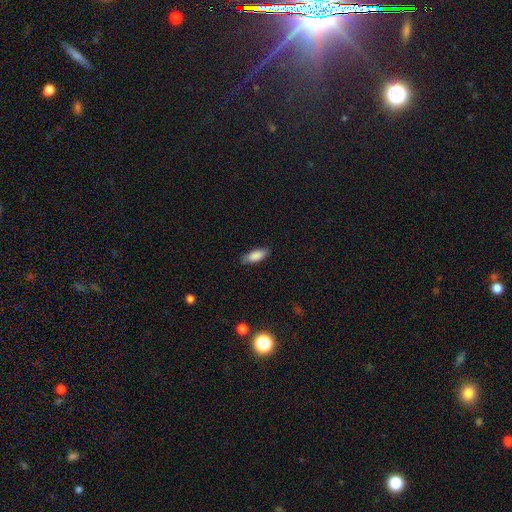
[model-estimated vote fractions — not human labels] The model was most divided on "how rounded": in between: 78%, cigar-shaped: 20%, round: 2%. More confident: smooth or featured — smooth (87%); merging — none (83%).